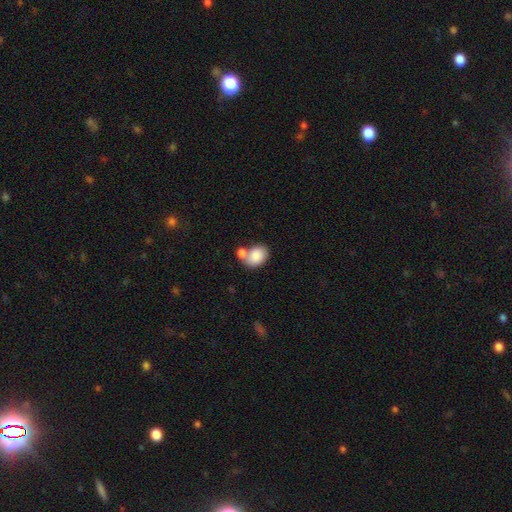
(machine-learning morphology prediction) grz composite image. It shows a smooth galaxy with no disk features (84%) that is in between round and cigar-shaped (69%). Merging: merger (42%).